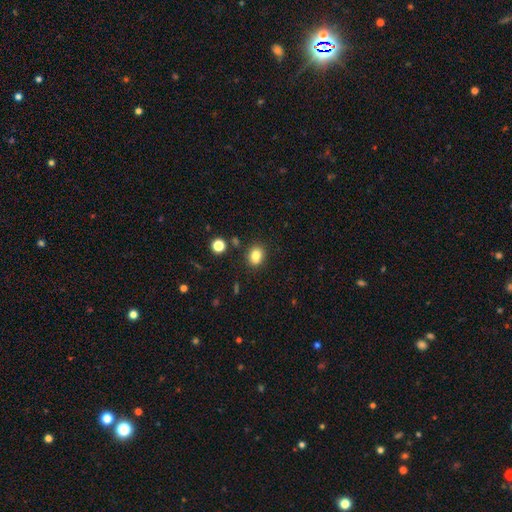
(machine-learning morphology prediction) Smooth or featured?
  - smooth: 81% *
  - star or artifact: 12%
  - featured or disk: 8%
How rounded?
  - round: 60% *
  - in between: 39%
  - cigar-shaped: 1%
Merging?
  - none: 84% *
  - minor disturbance: 10%
  - merger: 4%
  - major disturbance: 3%